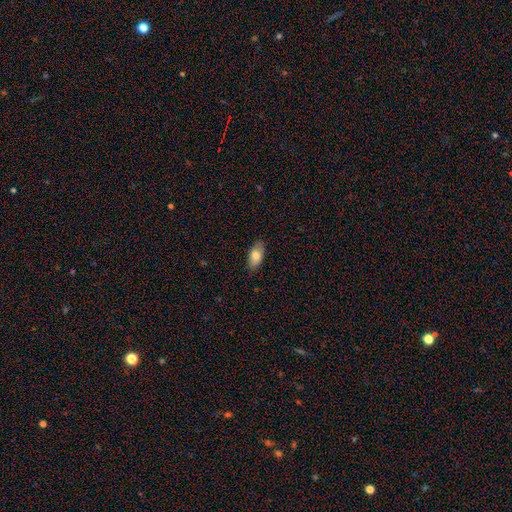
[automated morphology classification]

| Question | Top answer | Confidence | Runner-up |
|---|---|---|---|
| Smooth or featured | smooth | 79% | featured or disk (14%) |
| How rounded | in between | 89% | cigar-shaped (7%) |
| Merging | none | 85% | minor disturbance (12%) |